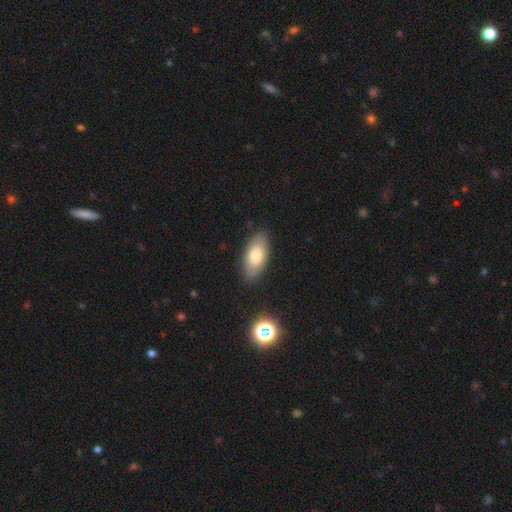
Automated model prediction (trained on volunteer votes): Smooth or featured: smooth — 76% (featured or disk — 17%)
How rounded: in between — 91% (cigar-shaped — 6%)
Merging: none — 86% (minor disturbance — 10%)